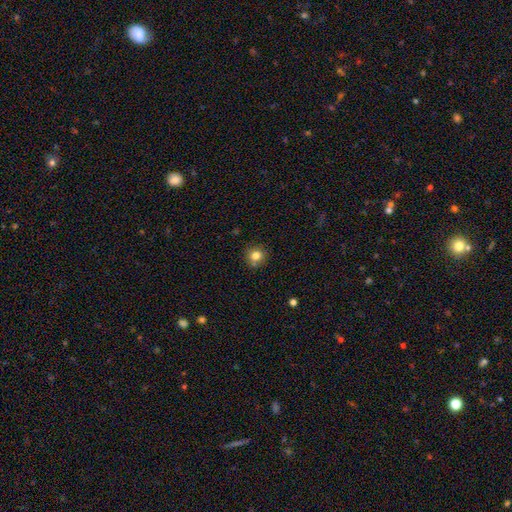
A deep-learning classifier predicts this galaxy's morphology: This is likely a smooth galaxy (80%). How rounded: clearly round (89%). Merging: likely none (79%).